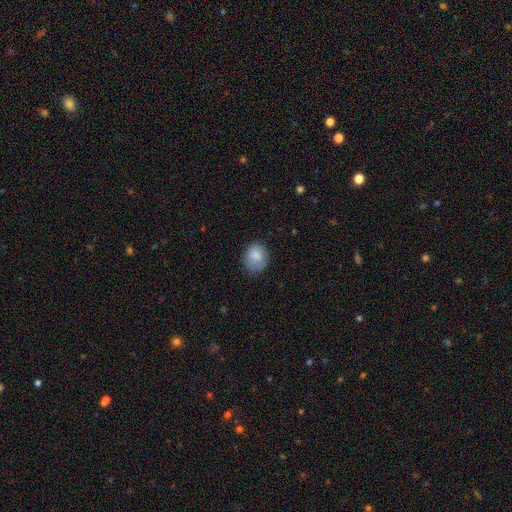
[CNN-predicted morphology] Overall: smooth (85%). How rounded: round (59%; in between 40%). Merging: none (72%).